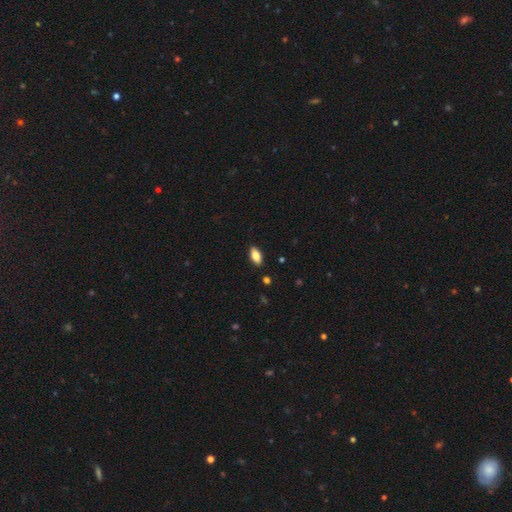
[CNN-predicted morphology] type=smooth (82%); roundness=in between (90%); merging=none (88%).